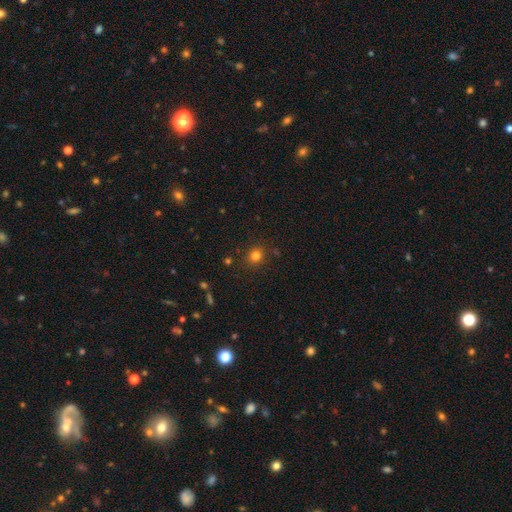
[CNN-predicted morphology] type=smooth (79%); roundness=round (82%); merging=none (87%).